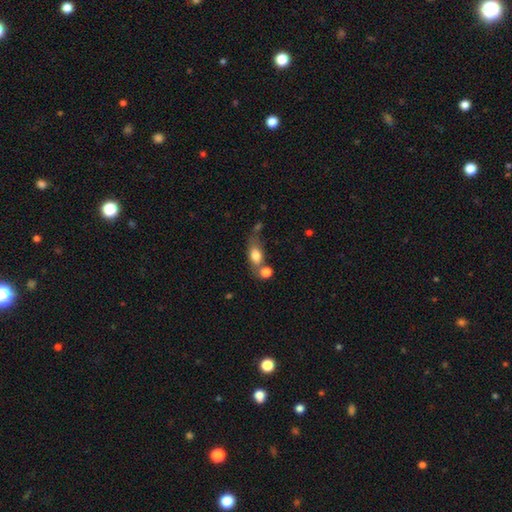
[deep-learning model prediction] This appears to be a smooth galaxy with no disk features (77%) that is in between round and cigar-shaped (76%). Merging: none (40%).